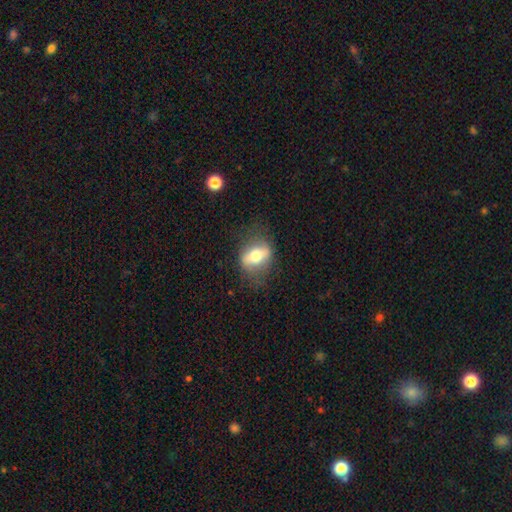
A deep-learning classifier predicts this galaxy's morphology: The model was most divided on "smooth or featured": smooth: 52%, featured or disk: 41%, star or artifact: 8%. More confident: merging — none (73%); how rounded — in between (70%).